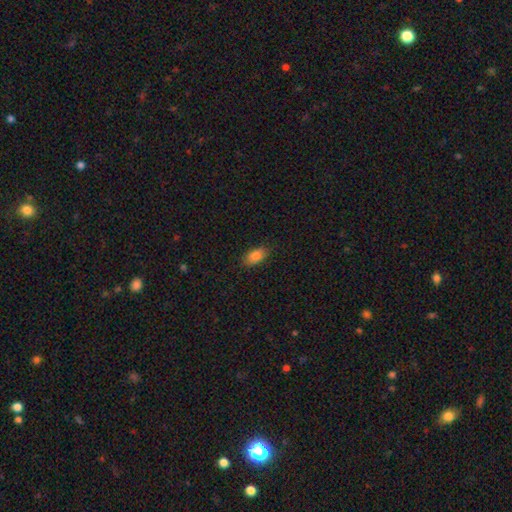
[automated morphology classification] Q: Smooth or featured?
A: smooth (84%); runner-up: star or artifact (8%)
Q: How rounded?
A: in between (90%); runner-up: round (6%)
Q: Merging?
A: none (85%); runner-up: minor disturbance (12%)